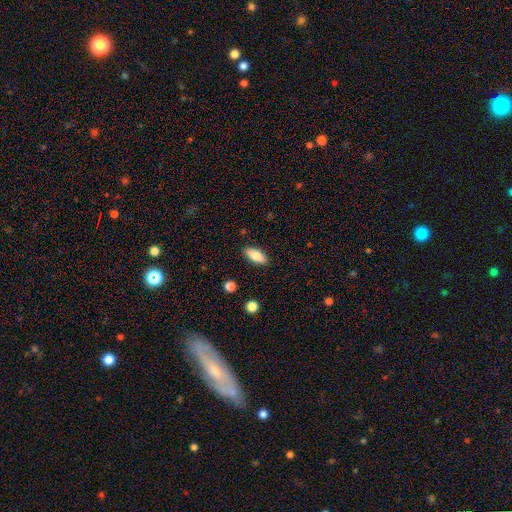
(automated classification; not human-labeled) Q: Smooth or featured?
A: smooth (81%); runner-up: featured or disk (12%)
Q: How rounded?
A: in between (80%); runner-up: cigar-shaped (18%)
Q: Merging?
A: none (88%); runner-up: minor disturbance (9%)